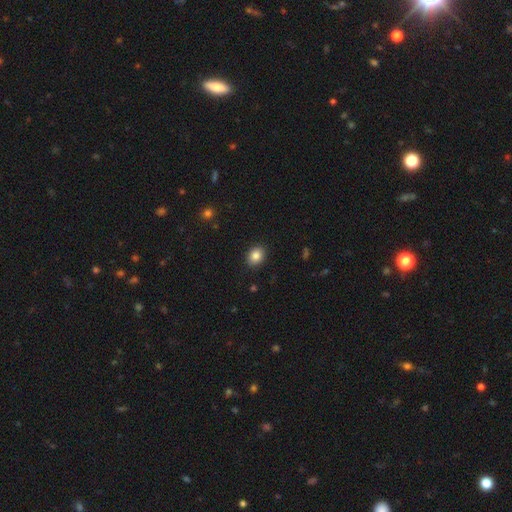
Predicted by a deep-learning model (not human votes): smooth-or-featured: smooth: 85% | star or artifact: 9% | featured or disk: 6%
  how-rounded: round: 52% | in between: 47% | cigar-shaped: 1%
  merging: none: 90% | minor disturbance: 7% | major disturbance: 2% | merger: 1%